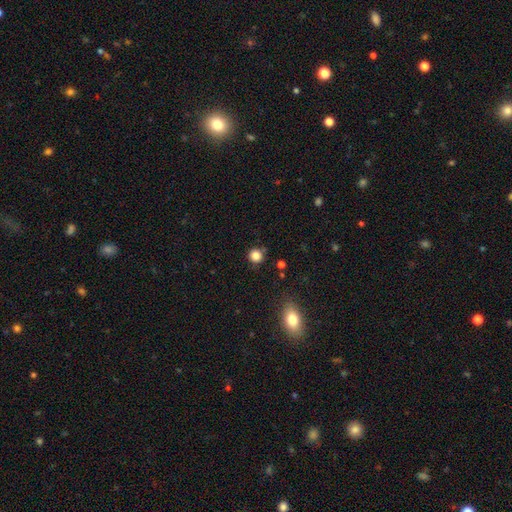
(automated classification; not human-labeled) A smooth galaxy with no disk features (84%) that is round (91%). Merging: none (83%).